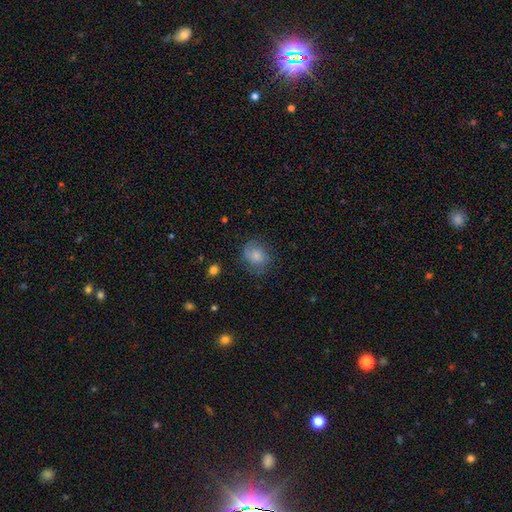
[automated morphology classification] smooth 77%, featured or disk 15%, star or artifact 9%. Down the decision tree: how rounded — round (58%); merging — none (65%).